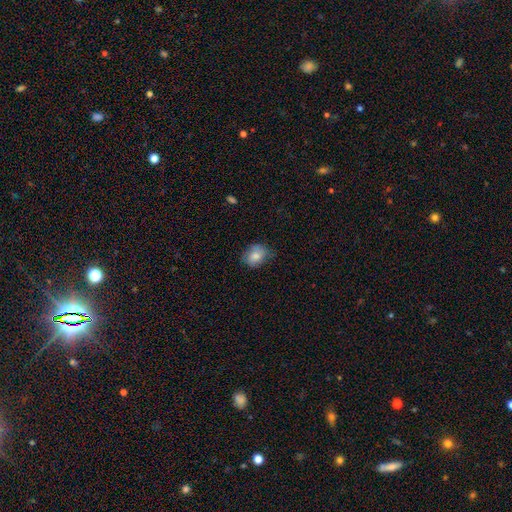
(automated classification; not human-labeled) Overall: smooth (76%). How rounded: in between (54%; round 45%). Merging: none (67%).